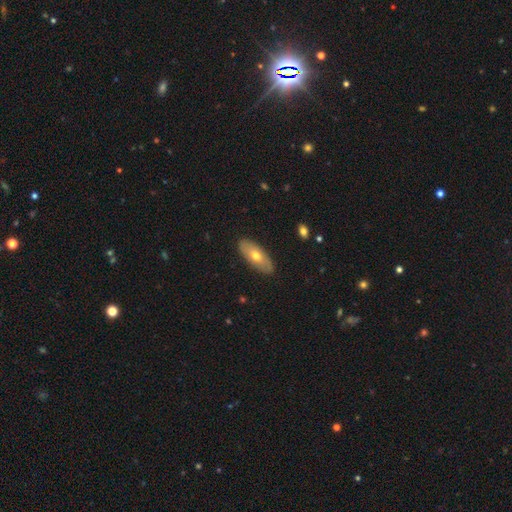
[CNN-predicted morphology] smooth 60%, featured or disk 35%, star or artifact 6%. Down the decision tree: how rounded — in between (81%); merging — none (88%).